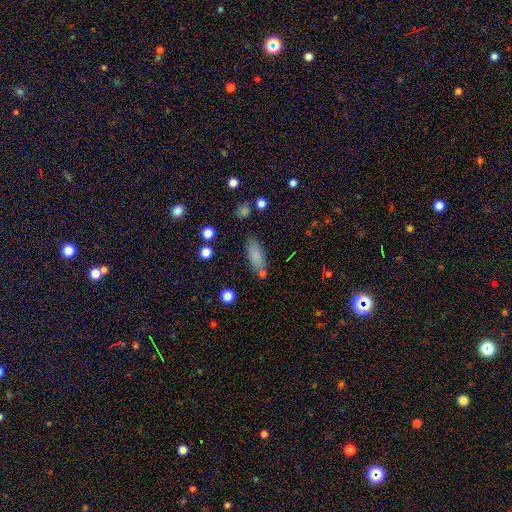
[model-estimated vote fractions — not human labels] Smooth or featured? smooth (82%)
How rounded? in between (78%)
Merging? none (70%)